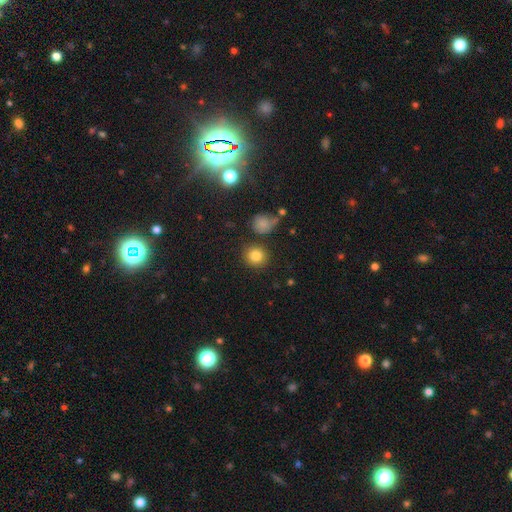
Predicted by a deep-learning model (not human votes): Smooth or featured? smooth (82%)
How rounded? round (88%)
Merging? none (83%)